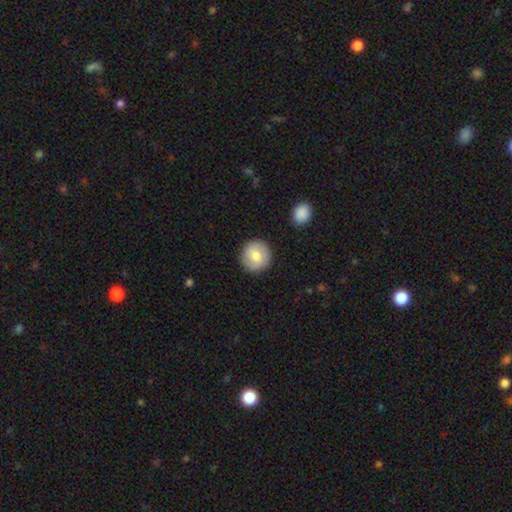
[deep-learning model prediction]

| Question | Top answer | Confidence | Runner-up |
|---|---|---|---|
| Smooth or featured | smooth | 79% | featured or disk (14%) |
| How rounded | round | 95% | in between (5%) |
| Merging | none | 90% | minor disturbance (7%) |